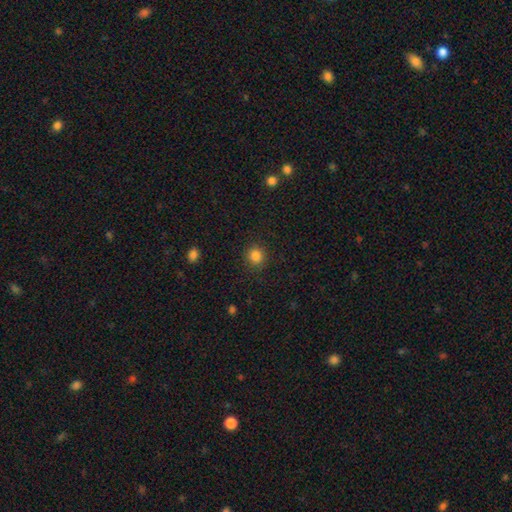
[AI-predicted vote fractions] Smooth or featured? Predicted: smooth (p=0.84). How rounded? Predicted: round (p=0.90). Merging? Predicted: none (p=0.90).